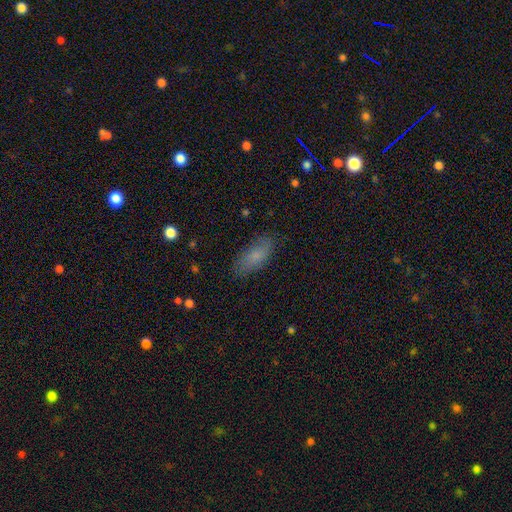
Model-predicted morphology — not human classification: smooth-or-featured: smooth: 76% | featured or disk: 16% | star or artifact: 8%
  how-rounded: in between: 78% | cigar-shaped: 19% | round: 2%
  merging: none: 81% | minor disturbance: 14% | major disturbance: 3% | merger: 1%